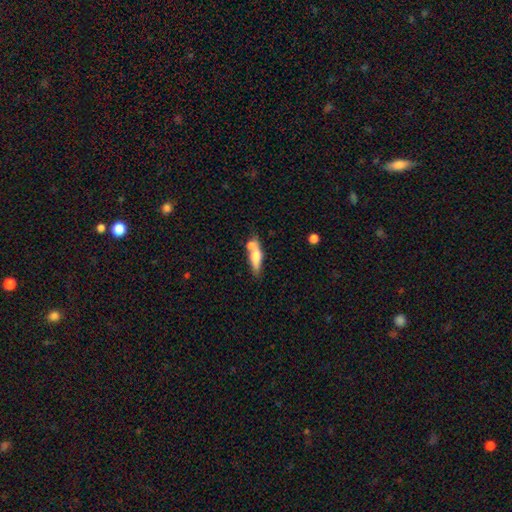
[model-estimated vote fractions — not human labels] A smooth galaxy with no disk features (58%) that is cigar-shaped (53%). Merging: none (40%).